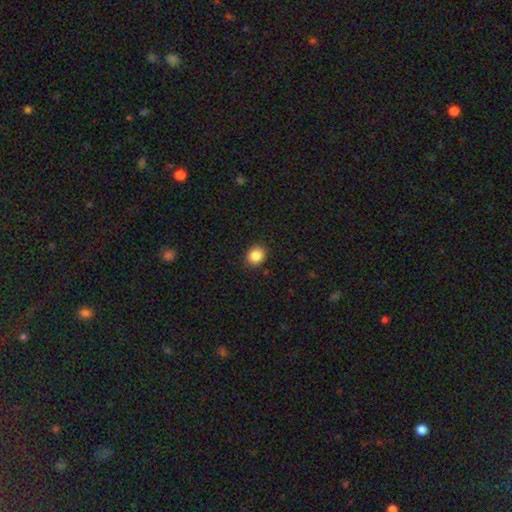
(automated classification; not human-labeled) Smooth or featured: smooth — 86% (star or artifact — 10%)
How rounded: round — 67% (in between — 33%)
Merging: none — 90% (minor disturbance — 7%)